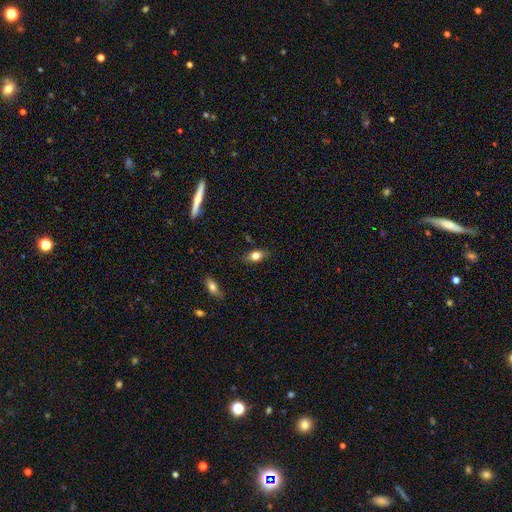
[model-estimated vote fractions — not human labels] Smooth or featured: smooth — 74% (featured or disk — 17%)
How rounded: in between — 79% (round — 11%)
Merging: none — 82% (minor disturbance — 13%)